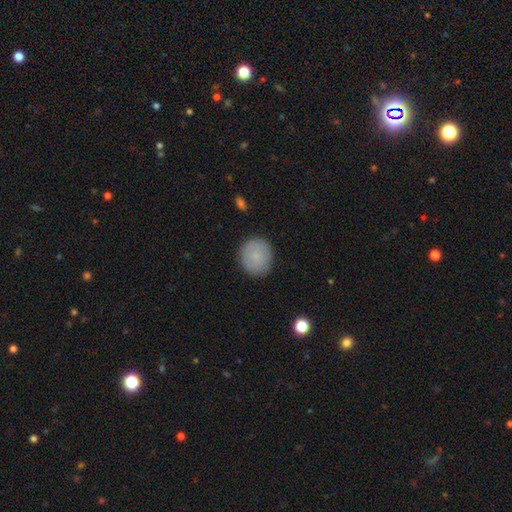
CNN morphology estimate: A smooth galaxy with no disk features (83%) that is round (84%). Merging: none (88%).